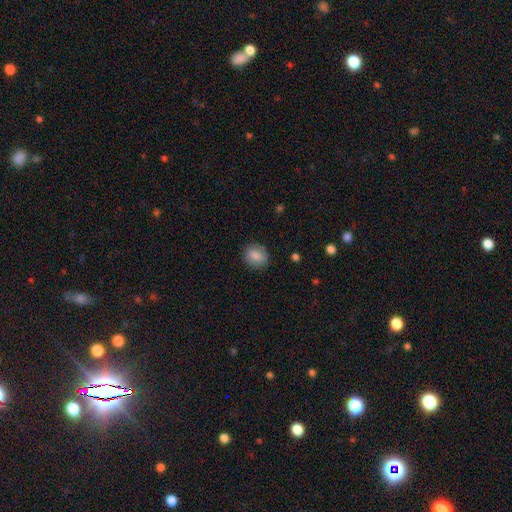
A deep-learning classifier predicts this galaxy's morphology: The model was most divided on "how rounded": round: 70%, in between: 29%, cigar-shaped: 1%. More confident: smooth or featured — smooth (86%); merging — none (85%).